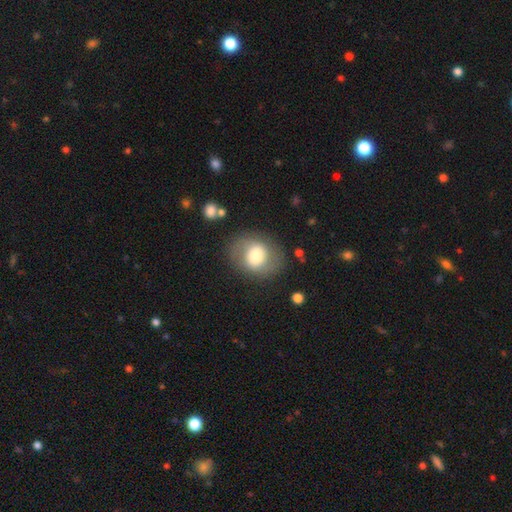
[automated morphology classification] Overall: smooth (63%; featured or disk 30%). How rounded: round (53%; in between 46%). Merging: none (77%).